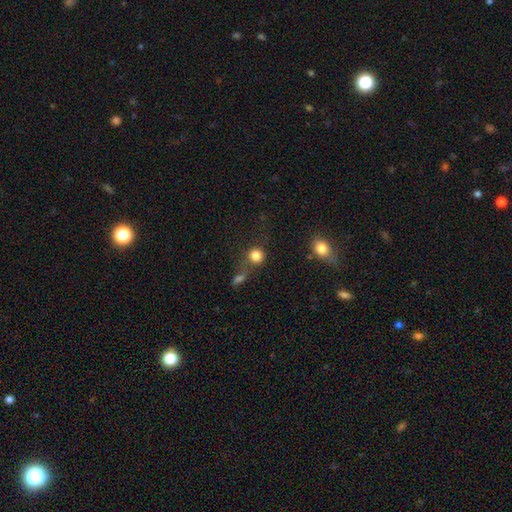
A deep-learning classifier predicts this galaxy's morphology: Smooth or featured? smooth (83%)
How rounded? round (88%)
Merging? none (63%)